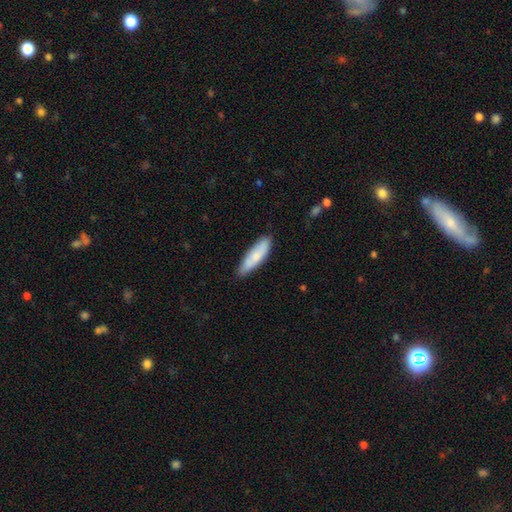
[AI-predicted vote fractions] The model was most divided on "how rounded": cigar-shaped: 58%, in between: 41%, round: 2%. More confident: merging — none (83%); smooth or featured — smooth (77%).